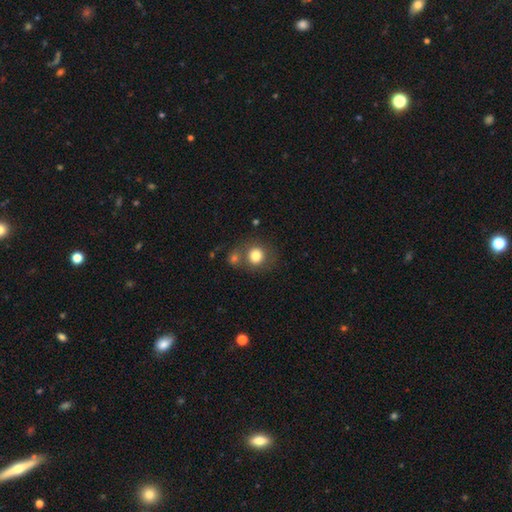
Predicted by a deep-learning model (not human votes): Smooth or featured? Predicted: smooth (p=0.79). How rounded? Predicted: round (p=0.84). Merging? Predicted: none (p=0.63).